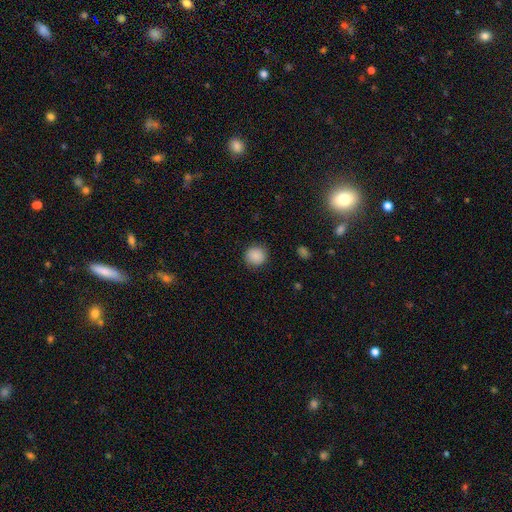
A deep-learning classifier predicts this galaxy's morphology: Smooth or featured: smooth — 88% (star or artifact — 9%)
How rounded: round — 91% (in between — 8%)
Merging: none — 89% (minor disturbance — 7%)